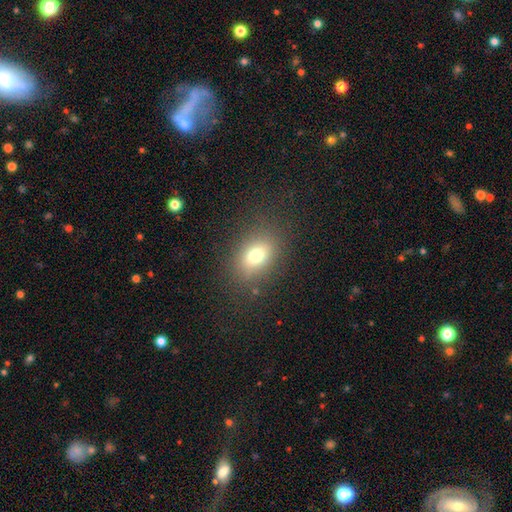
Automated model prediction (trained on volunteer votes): Smooth or featured: smooth — 74% (star or artifact — 14%)
How rounded: in between — 70% (round — 28%)
Merging: none — 83% (minor disturbance — 11%)